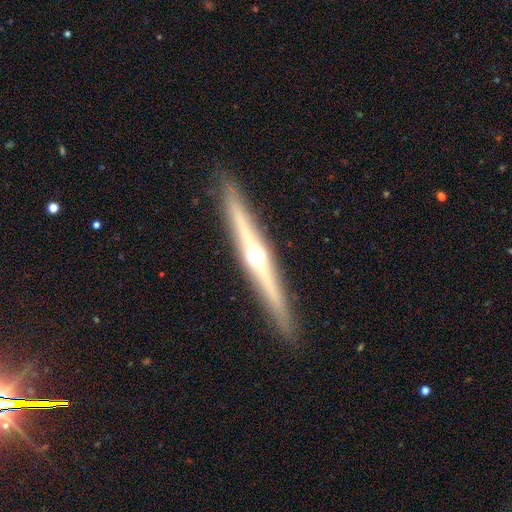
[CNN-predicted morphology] Smooth or featured? featured or disk (75%)
Edge-on disk? yes (97%)
Edge-on bulge? rounded (93%)
Merging? none (89%)